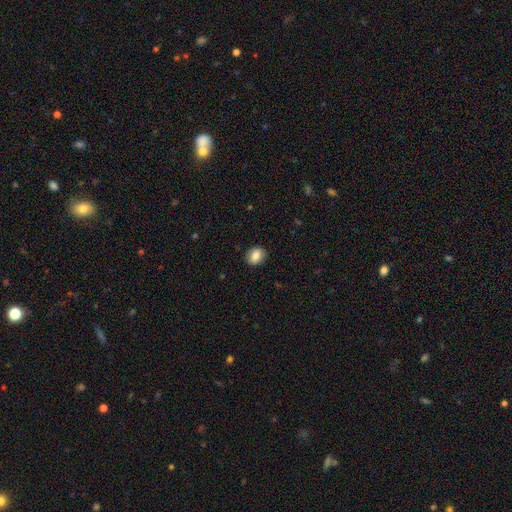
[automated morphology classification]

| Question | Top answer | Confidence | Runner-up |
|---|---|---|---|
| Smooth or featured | smooth | 80% | featured or disk (12%) |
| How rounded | round | 55% | in between (44%) |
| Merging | none | 88% | minor disturbance (9%) |